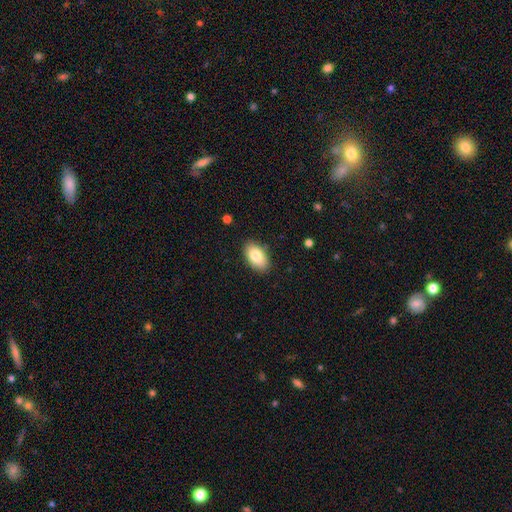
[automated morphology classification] Smooth or featured?
  - smooth: 82% *
  - featured or disk: 11%
  - star or artifact: 7%
How rounded?
  - in between: 94% *
  - round: 5%
  - cigar-shaped: 1%
Merging?
  - none: 86% *
  - minor disturbance: 10%
  - major disturbance: 2%
  - merger: 1%